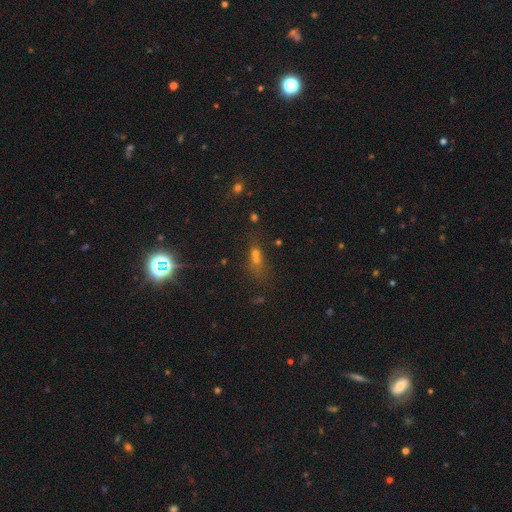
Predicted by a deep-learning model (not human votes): Q: Smooth or featured?
A: star or artifact (43%); runner-up: smooth (40%)